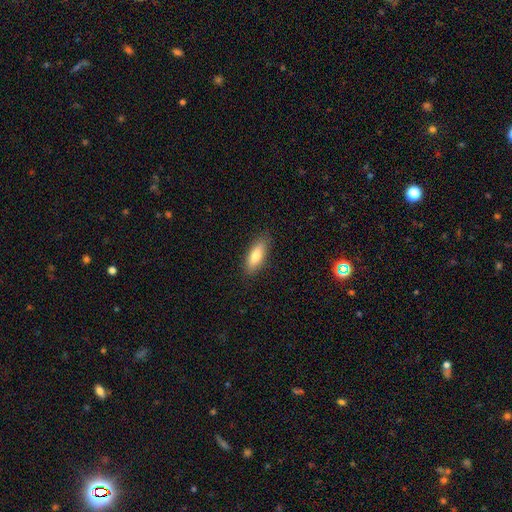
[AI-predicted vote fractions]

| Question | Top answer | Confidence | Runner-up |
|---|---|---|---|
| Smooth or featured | smooth | 76% | featured or disk (18%) |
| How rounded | in between | 56% | cigar-shaped (42%) |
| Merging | none | 87% | minor disturbance (10%) |